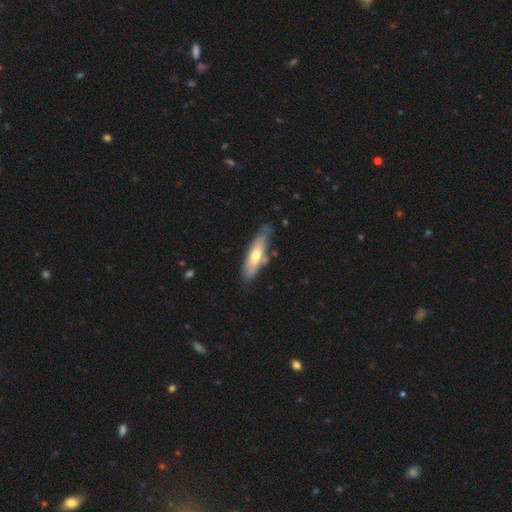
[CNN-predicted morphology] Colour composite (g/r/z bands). It shows a smooth galaxy with no disk features (54%) that is cigar-shaped (54%). Merging: none (71%).